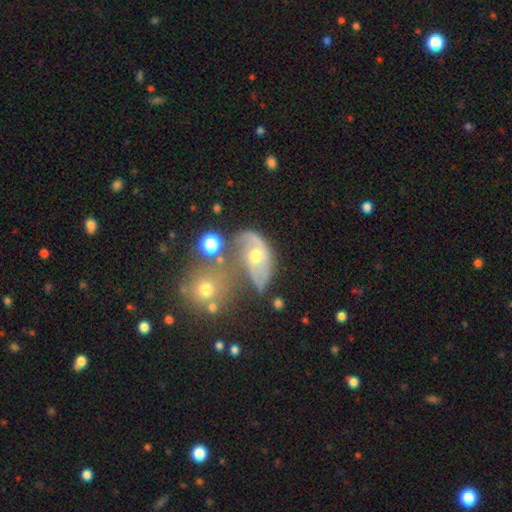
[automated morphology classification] A featured or disk galaxy (64%) with no bar (73%), spiral arms (74%) and a moderate central bulge (69%).

Vote fractions:
- Smooth or featured? featured or disk: 64% / smooth: 26% / star or artifact: 11%
- Edge-on disk? no: 94% / yes: 6%
- Bar? no: 73% / weak: 22% / strong: 6%
- Spiral arms? yes: 74% / no: 26%
- Bulge size? moderate: 69% / small: 21% / large: 6% / none: 2% / dominant: 1%
- Merging? none: 29% / merger: 27% / major disturbance: 24% / minor disturbance: 19%